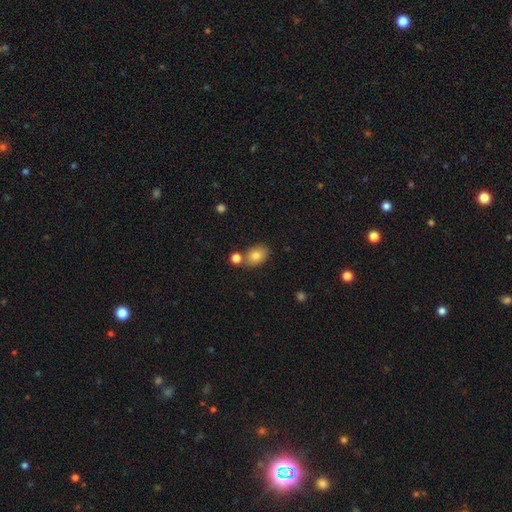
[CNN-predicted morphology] smooth-or-featured: smooth: 81% | featured or disk: 10% | star or artifact: 9%
  how-rounded: in between: 72% | round: 27% | cigar-shaped: 1%
  merging: none: 66% | merger: 18% | minor disturbance: 12% | major disturbance: 3%